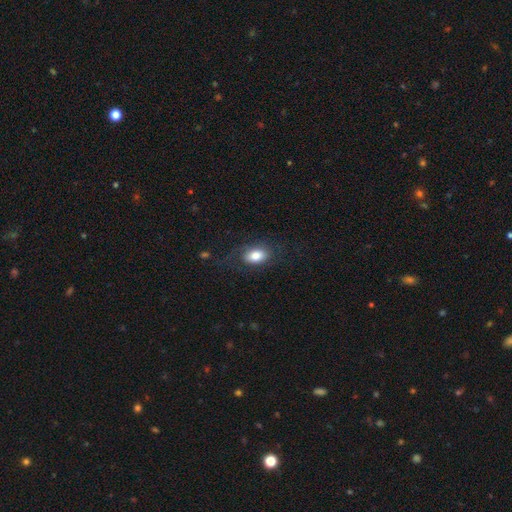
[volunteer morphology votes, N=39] Smooth or featured? smooth (85%)
How rounded? in between (88%)
Merging? none (54%)